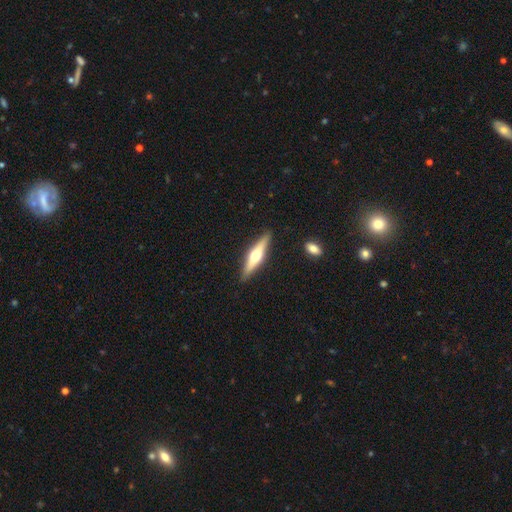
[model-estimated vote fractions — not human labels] smooth_or_featured: featured or disk (p=0.62) [alt: smooth p=0.32]
disk_edge_on: yes (p=0.96) [alt: no p=0.04]
edge_on_bulge: rounded (p=0.93) [alt: boxy p=0.03]
merging: none (p=0.89) [alt: minor disturbance p=0.08]